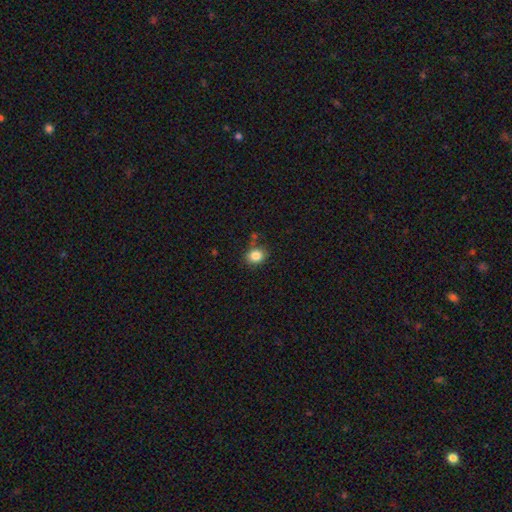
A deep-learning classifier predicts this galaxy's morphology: Smooth or featured? Predicted: smooth (p=0.85). How rounded? Predicted: round (p=0.65). Merging? Predicted: none (p=0.75).